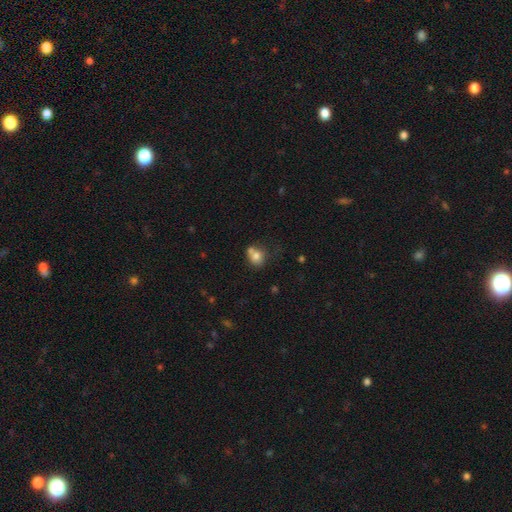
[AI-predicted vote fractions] This is likely a smooth galaxy (75%). How rounded: likely round (70%). Merging: marginally none (42%).